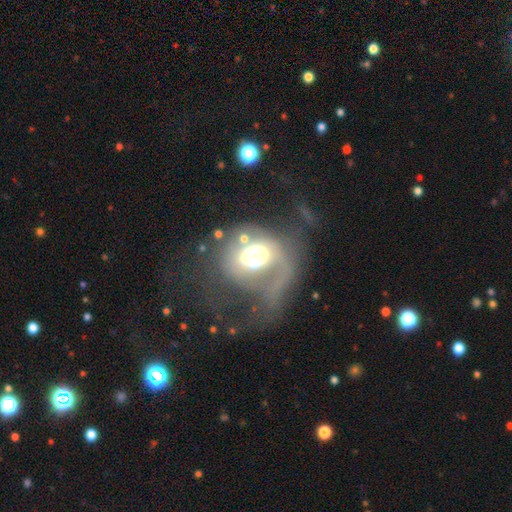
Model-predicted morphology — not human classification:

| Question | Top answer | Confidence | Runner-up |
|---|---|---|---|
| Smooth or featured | featured or disk | 58% | smooth (31%) |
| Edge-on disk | no | 97% | yes (3%) |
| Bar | no | 70% | weak (21%) |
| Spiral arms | yes | 50% | tied: no (50%) |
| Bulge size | large | 45% | moderate (29%) |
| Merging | major disturbance | 55% | none (21%) |